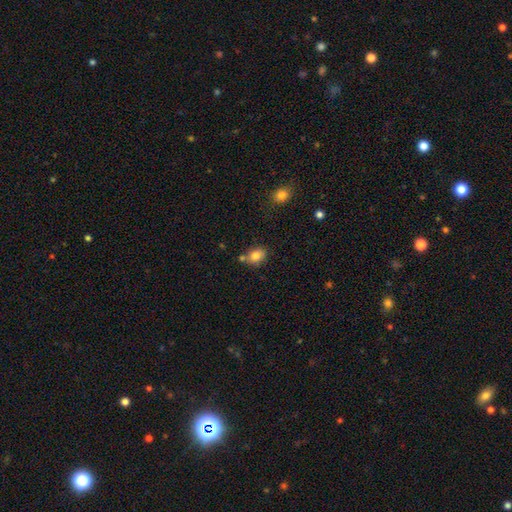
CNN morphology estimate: smooth_or_featured: smooth (p=0.81) [alt: star or artifact p=0.10]
how_rounded: in between (p=0.55) [alt: round p=0.44]
merging: none (p=0.67) [alt: minor disturbance p=0.15]